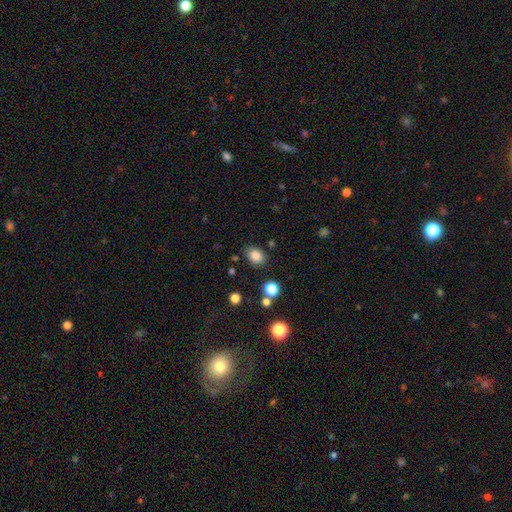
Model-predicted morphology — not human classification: smooth_or_featured: smooth (p=0.84) [alt: star or artifact p=0.11]
how_rounded: in between (p=0.65) [alt: round p=0.34]
merging: none (p=0.81) [alt: minor disturbance p=0.12]